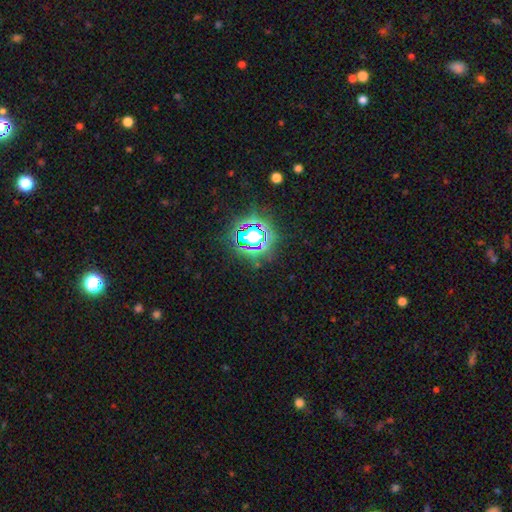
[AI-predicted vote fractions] star or artifact 78%, smooth 14%, featured or disk 8%.